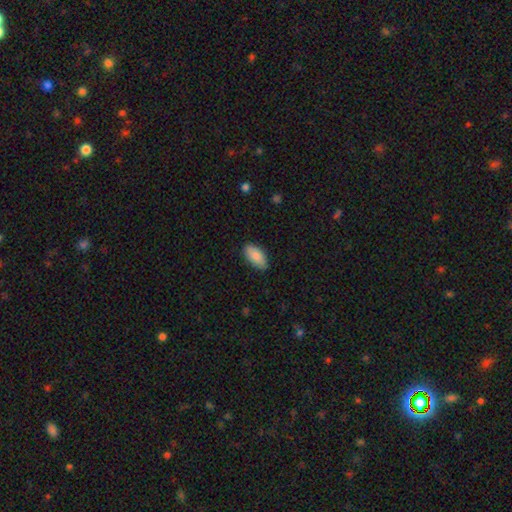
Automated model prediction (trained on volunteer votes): smooth-or-featured: smooth: 87% | featured or disk: 7% | star or artifact: 6%
  how-rounded: in between: 93% | cigar-shaped: 5% | round: 2%
  merging: none: 84% | minor disturbance: 12% | major disturbance: 2% | merger: 1%